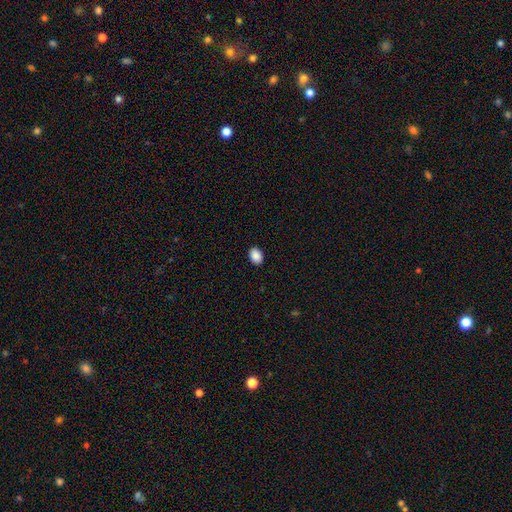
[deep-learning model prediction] Smooth or featured: smooth — 89% (star or artifact — 8%)
How rounded: in between — 79% (round — 20%)
Merging: none — 90% (minor disturbance — 7%)